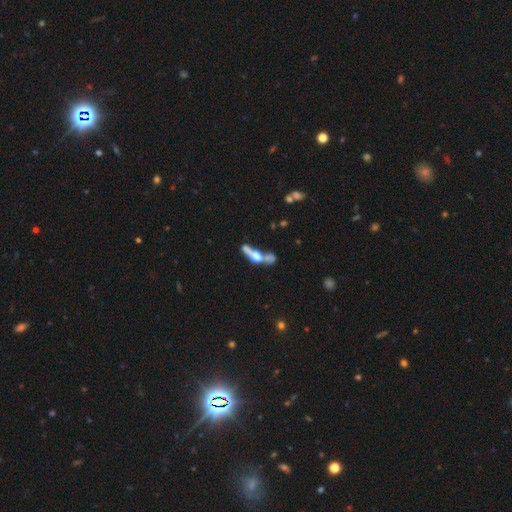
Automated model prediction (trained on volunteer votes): A featured or disk galaxy (55%) viewed edge-on (57%). Merging: merger (47%).